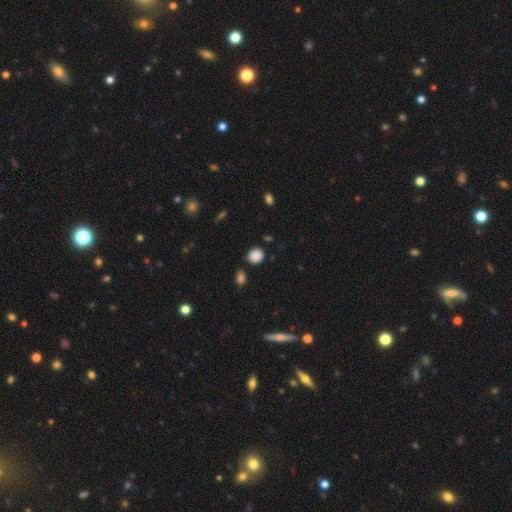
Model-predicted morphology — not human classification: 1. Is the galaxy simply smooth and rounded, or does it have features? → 87% smooth, 10% star or artifact, 3% featured or disk.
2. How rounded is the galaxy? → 79% round, 20% in between, 1% cigar-shaped.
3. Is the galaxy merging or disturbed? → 81% none, 12% minor disturbance, 4% merger, 3% major disturbance.